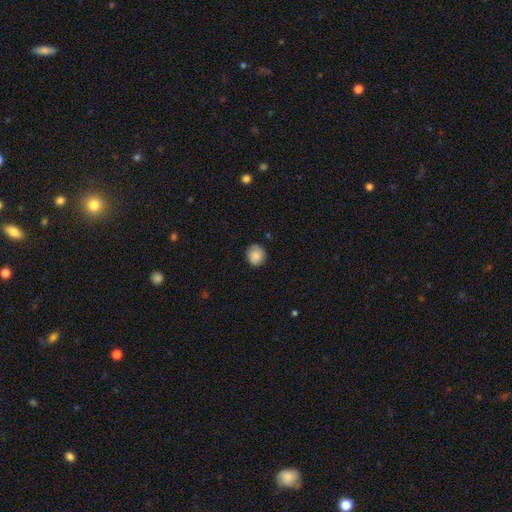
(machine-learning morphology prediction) Smooth or featured? Predicted: smooth (p=0.87). How rounded? Predicted: round (p=0.81). Merging? Predicted: none (p=0.83).